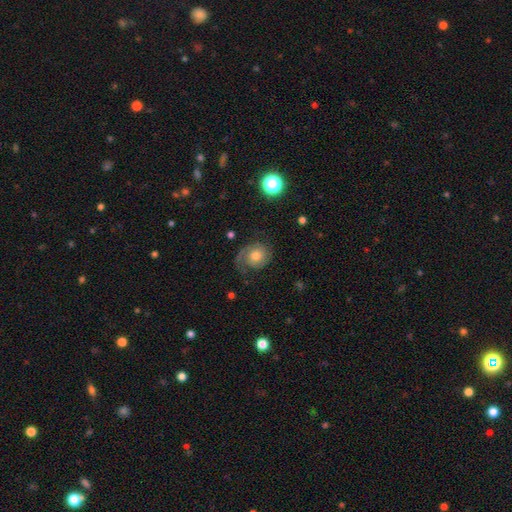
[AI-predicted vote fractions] Morphology: type=featured or disk (63%); edge-on=no (97%); bar=no (77%); spiral arms=yes (91%); winding=tight (43%); arm count=2 (49%); bulge=moderate (65%); merging=none (60%).